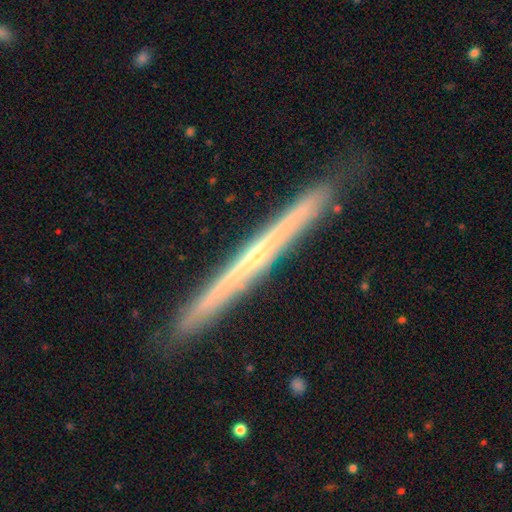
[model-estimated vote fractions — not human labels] This appears to be a featured or disk galaxy (76%) viewed edge-on (97%) with no central bulge (61%). Merging: none (88%).